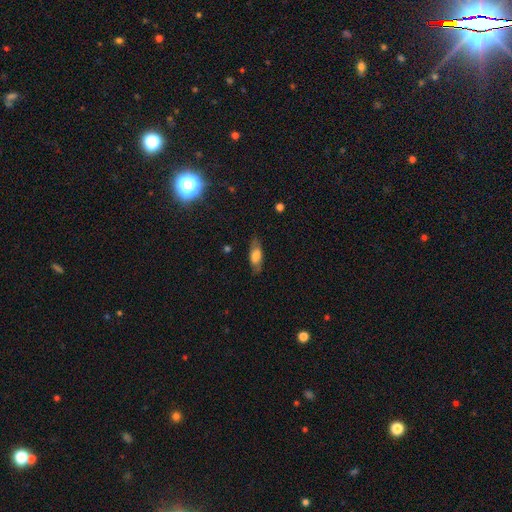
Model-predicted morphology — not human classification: Q: Smooth or featured?
A: smooth (66%); runner-up: featured or disk (27%)
Q: How rounded?
A: in between (70%); runner-up: cigar-shaped (27%)
Q: Merging?
A: none (78%); runner-up: minor disturbance (16%)